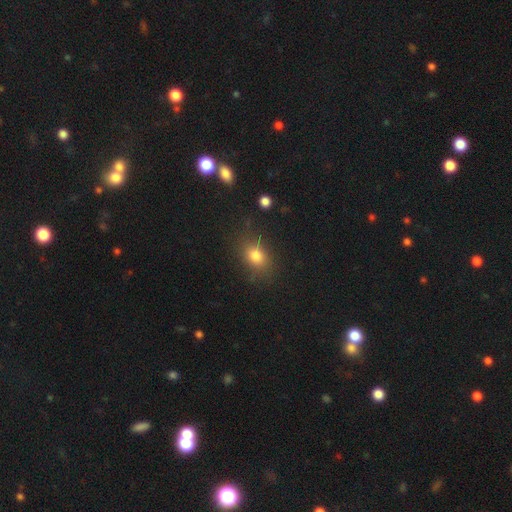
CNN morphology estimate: Smooth or featured? Predicted: smooth (p=0.79). How rounded? Predicted: in between (p=0.65). Merging? Predicted: none (p=0.76).